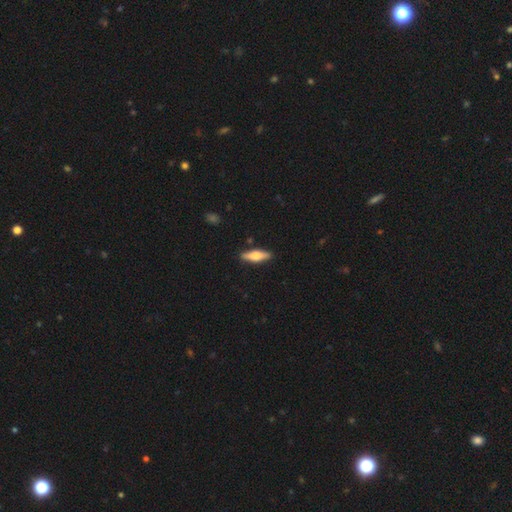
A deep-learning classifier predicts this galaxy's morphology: Q: Smooth or featured?
A: smooth (53%); runner-up: featured or disk (41%)
Q: How rounded?
A: cigar-shaped (59%); runner-up: in between (39%)
Q: Merging?
A: none (88%); runner-up: minor disturbance (9%)